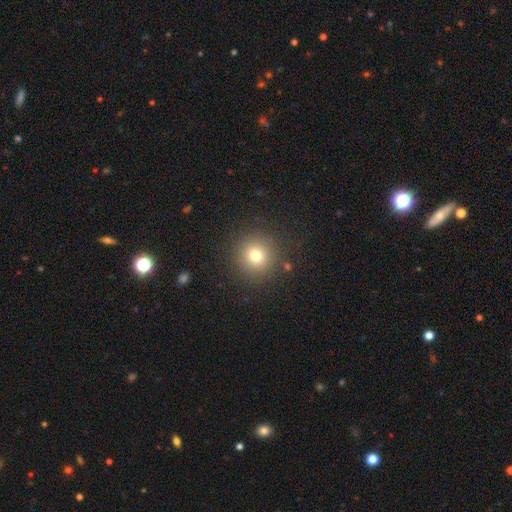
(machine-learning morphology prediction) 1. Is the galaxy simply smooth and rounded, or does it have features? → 74% smooth, 16% star or artifact, 9% featured or disk.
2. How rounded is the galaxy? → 95% round, 4% in between, 1% cigar-shaped.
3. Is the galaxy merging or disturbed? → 89% none, 6% minor disturbance, 3% major disturbance, 2% merger.